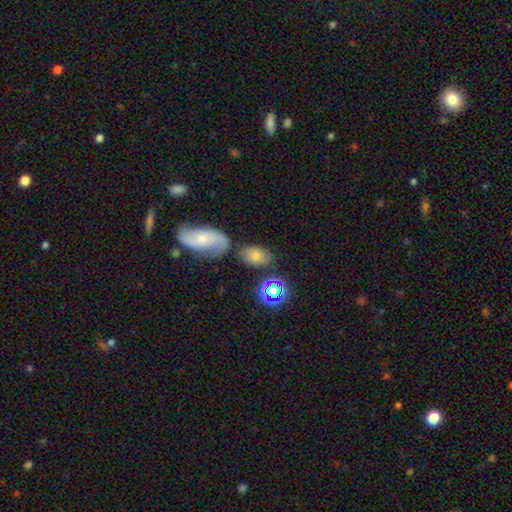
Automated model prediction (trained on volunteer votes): smooth-or-featured: smooth: 58% | featured or disk: 25% | star or artifact: 18%
  how-rounded: in between: 76% | round: 21% | cigar-shaped: 4%
  merging: none: 64% | minor disturbance: 16% | merger: 15% | major disturbance: 6%